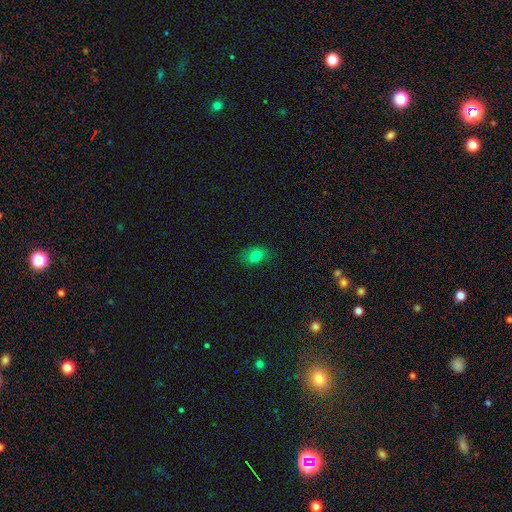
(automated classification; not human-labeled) Smooth or featured? smooth (79%)
How rounded? in between (76%)
Merging? none (76%)